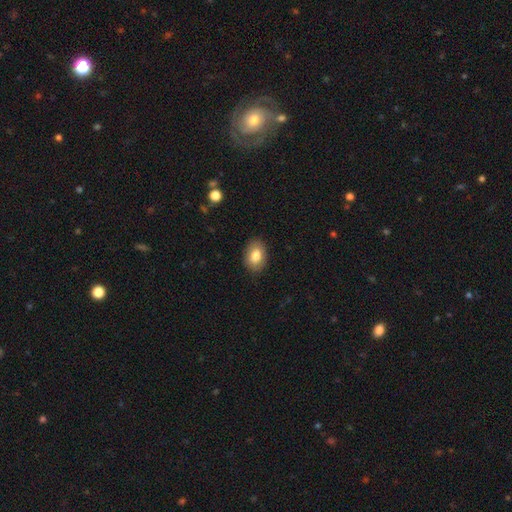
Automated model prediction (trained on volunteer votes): This is clearly a smooth galaxy (82%). How rounded: clearly in between (81%). Merging: clearly none (87%).